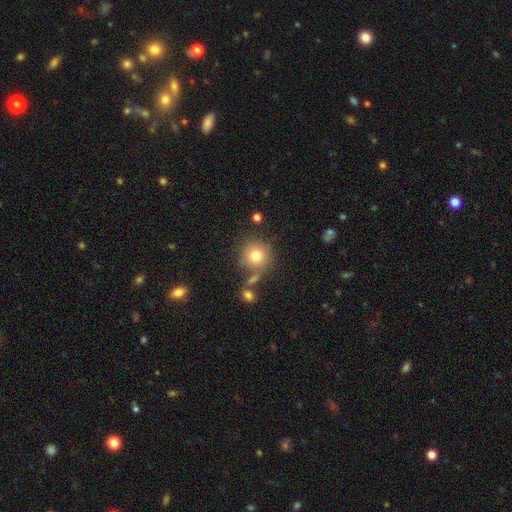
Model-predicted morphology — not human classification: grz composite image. It shows a smooth galaxy with no disk features (78%) that is round (92%). Merging: none (72%).